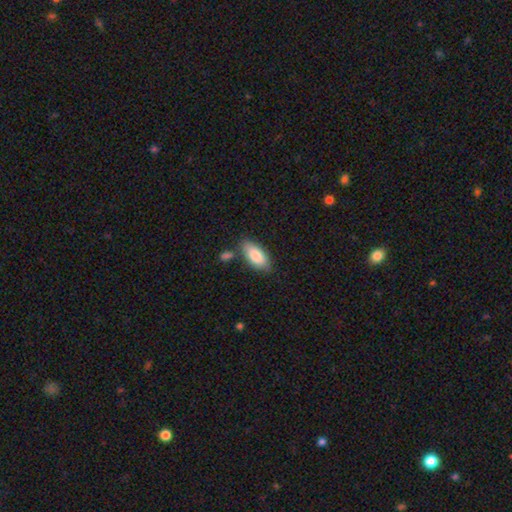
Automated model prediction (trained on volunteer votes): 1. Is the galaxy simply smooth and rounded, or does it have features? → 84% smooth, 10% featured or disk, 6% star or artifact.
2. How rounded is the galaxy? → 90% in between, 8% cigar-shaped, 2% round.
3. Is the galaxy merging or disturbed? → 71% none, 16% minor disturbance, 9% merger, 4% major disturbance.